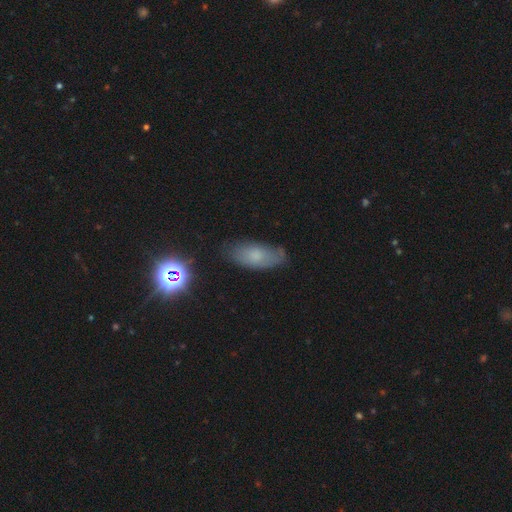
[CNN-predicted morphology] Smooth or featured? Predicted: smooth (p=0.65). How rounded? Predicted: in between (p=0.86). Merging? Predicted: none (p=0.69).